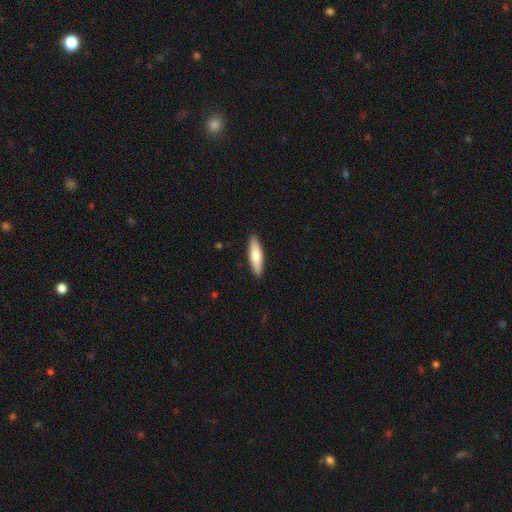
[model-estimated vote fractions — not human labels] Morphology: type=smooth (76%); roundness=cigar-shaped (70%); merging=none (90%).